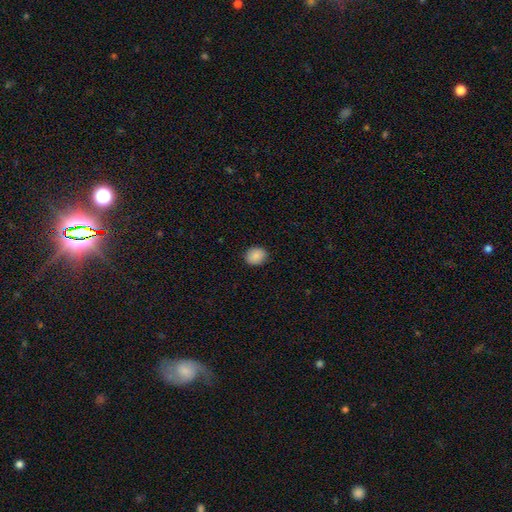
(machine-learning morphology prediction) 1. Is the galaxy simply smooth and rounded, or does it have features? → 88% smooth, 8% star or artifact, 4% featured or disk.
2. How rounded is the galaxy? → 59% round, 40% in between, 1% cigar-shaped.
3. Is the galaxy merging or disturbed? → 88% none, 9% minor disturbance, 2% major disturbance, 1% merger.